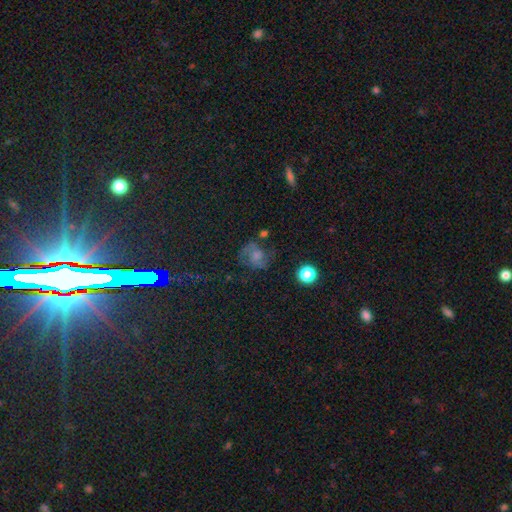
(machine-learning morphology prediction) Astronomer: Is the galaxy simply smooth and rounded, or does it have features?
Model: featured or disk — 47% (runner-up: smooth, 35%).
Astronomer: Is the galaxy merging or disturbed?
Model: none — 54%.